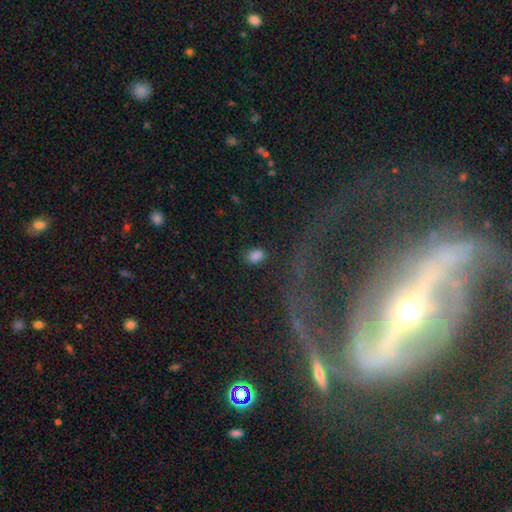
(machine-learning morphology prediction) Smooth or featured? Predicted: smooth (p=0.83). How rounded? Predicted: in between (p=0.79). Merging? Predicted: none (p=0.79).